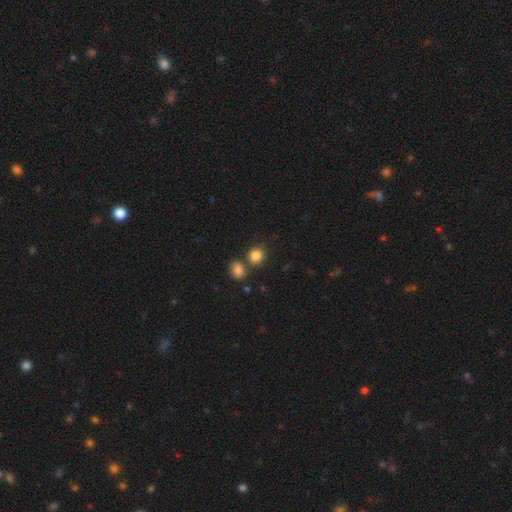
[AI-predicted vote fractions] Smooth or featured? Predicted: smooth (p=0.84). How rounded? Predicted: round (p=0.83). Merging? Predicted: none (p=0.65).